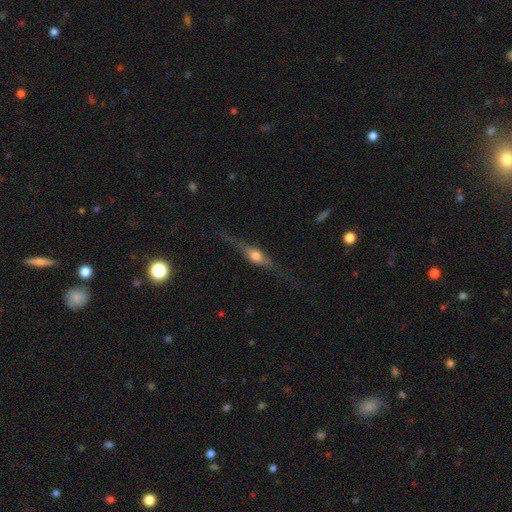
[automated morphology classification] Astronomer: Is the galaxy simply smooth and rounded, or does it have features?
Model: featured or disk — 71%.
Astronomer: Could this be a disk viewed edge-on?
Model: yes — 95%.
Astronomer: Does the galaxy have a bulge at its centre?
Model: rounded — 91%.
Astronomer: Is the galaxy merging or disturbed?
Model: none — 76%.